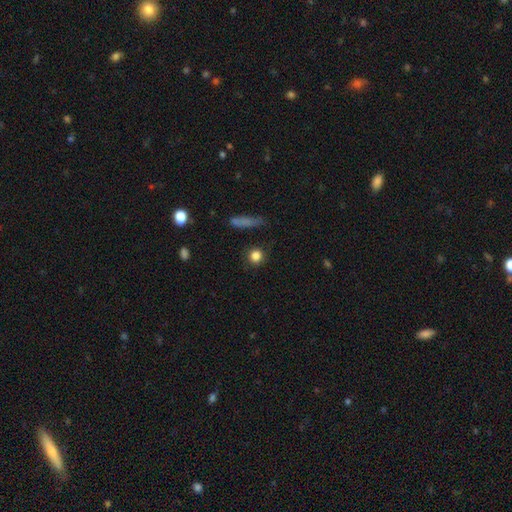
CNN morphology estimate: A smooth galaxy with no disk features (84%) that is round (90%).

Vote fractions:
- Smooth or featured? smooth: 84% / star or artifact: 11% / featured or disk: 6%
- How rounded? round: 90% / in between: 7% / cigar-shaped: 2%
- Merging? none: 85% / minor disturbance: 9% / major disturbance: 3% / merger: 2%